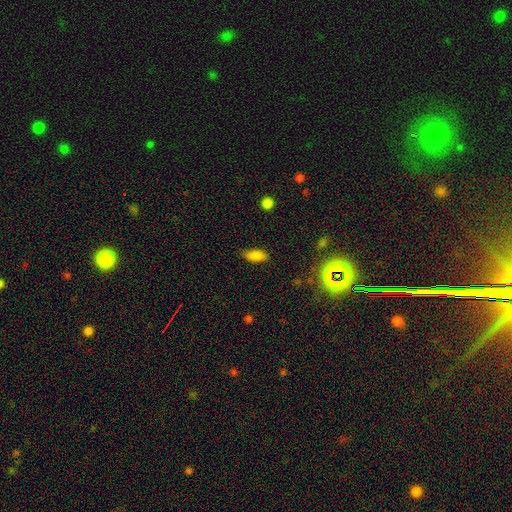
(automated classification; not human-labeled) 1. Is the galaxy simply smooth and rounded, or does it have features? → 83% smooth, 10% star or artifact, 7% featured or disk.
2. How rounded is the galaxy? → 85% in between, 12% cigar-shaped, 3% round.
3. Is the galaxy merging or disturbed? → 81% none, 14% minor disturbance, 3% major disturbance, 1% merger.